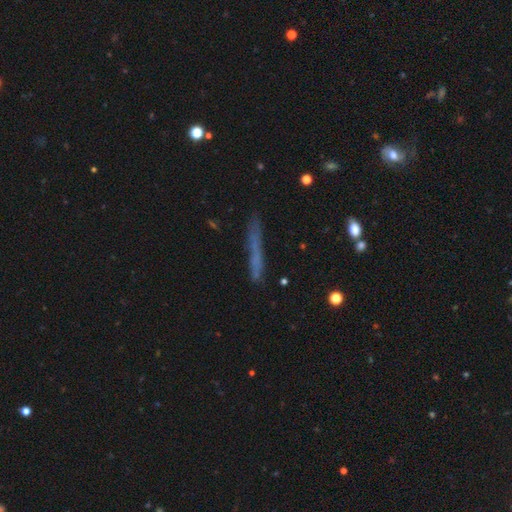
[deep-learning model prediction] A smooth galaxy with no disk features (55%) that is cigar-shaped (94%).

Vote fractions:
- Smooth or featured? smooth: 55% / featured or disk: 33% / star or artifact: 11%
- How rounded? cigar-shaped: 94% / in between: 4% / round: 2%
- Merging? none: 78% / minor disturbance: 16% / major disturbance: 4% / merger: 2%